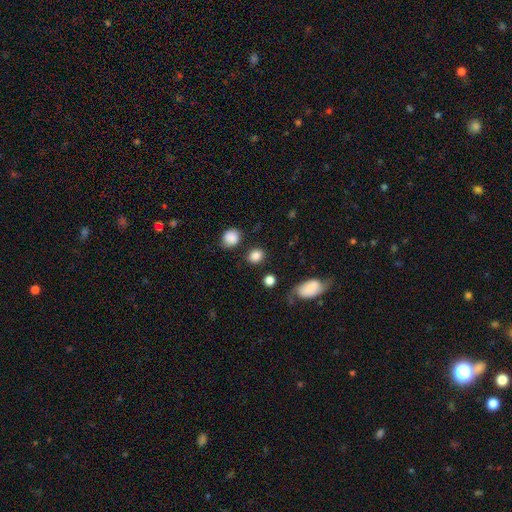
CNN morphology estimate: type=smooth (86%); roundness=round (66%); merging=none (82%).